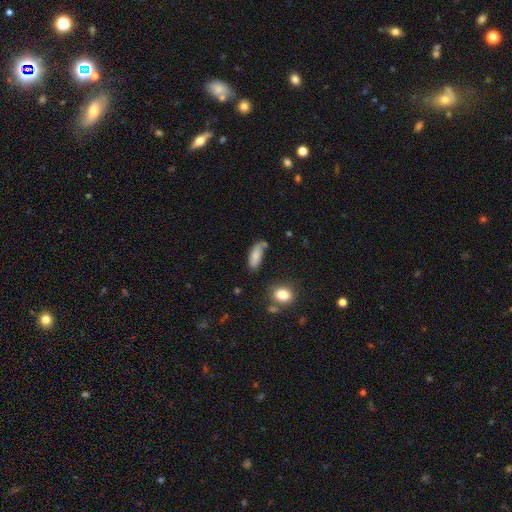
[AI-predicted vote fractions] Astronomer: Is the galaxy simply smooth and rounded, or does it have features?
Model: smooth — 77%.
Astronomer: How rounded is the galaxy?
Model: in between — 70%.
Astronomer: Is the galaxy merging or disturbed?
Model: none — 56%.